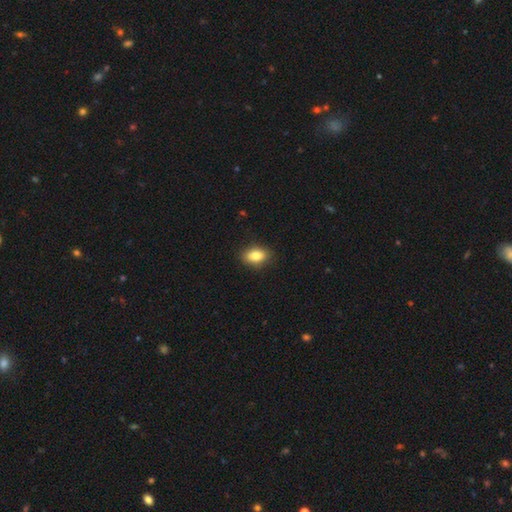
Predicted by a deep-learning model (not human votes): This is clearly a smooth galaxy (83%). How rounded: clearly in between (83%). Merging: clearly none (88%).